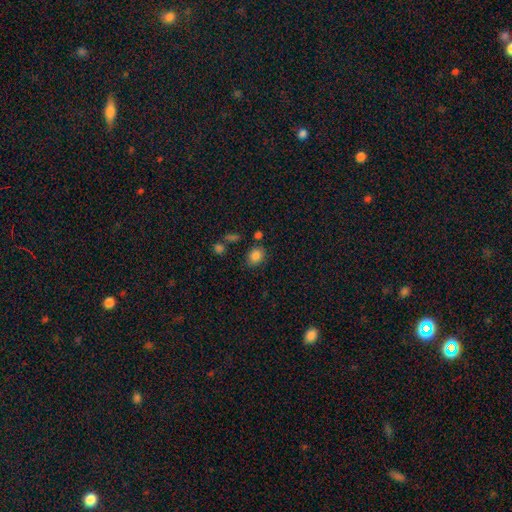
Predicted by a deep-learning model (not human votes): The model was most divided on "how rounded": round: 54%, in between: 45%, cigar-shaped: 1%. More confident: smooth or featured — smooth (83%); merging — none (74%).